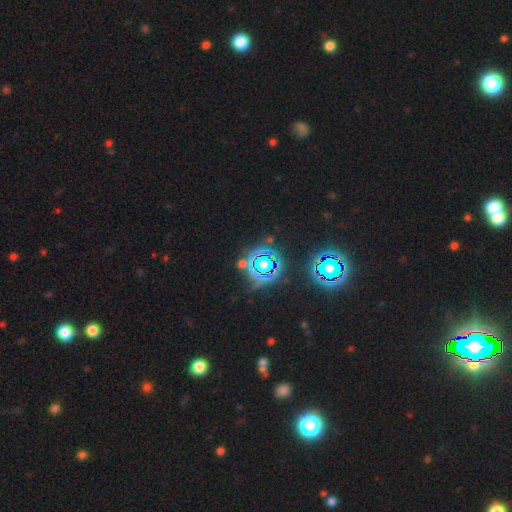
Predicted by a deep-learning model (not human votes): Smooth or featured: star or artifact — 79% (smooth — 14%)